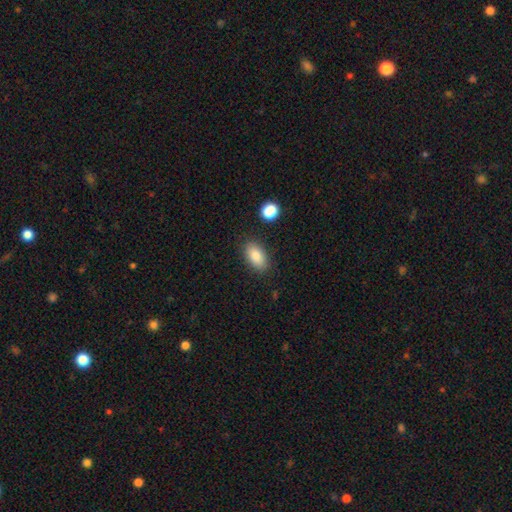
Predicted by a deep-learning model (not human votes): smooth 85%, star or artifact 8%, featured or disk 7%. Down the decision tree: how rounded — in between (91%); merging — none (84%).